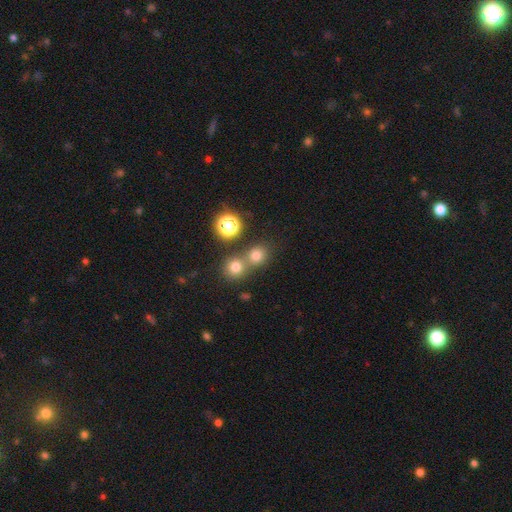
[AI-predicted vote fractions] This appears to be a smooth galaxy with no disk features (71%) that is round (84%). Merging: none (57%).